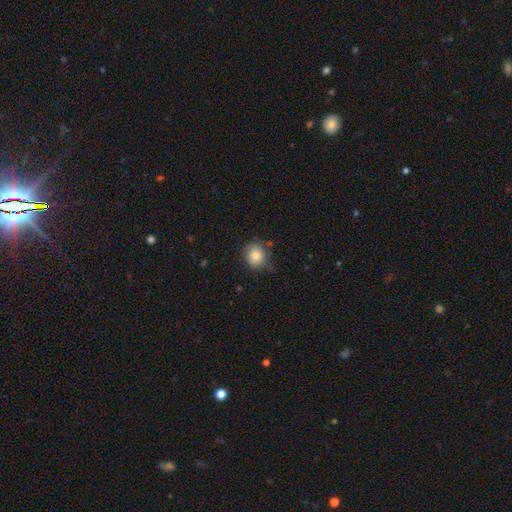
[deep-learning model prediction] smooth-or-featured: smooth: 84% | star or artifact: 9% | featured or disk: 7%
  how-rounded: round: 72% | in between: 27% | cigar-shaped: 1%
  merging: none: 76% | minor disturbance: 18% | major disturbance: 4% | merger: 3%